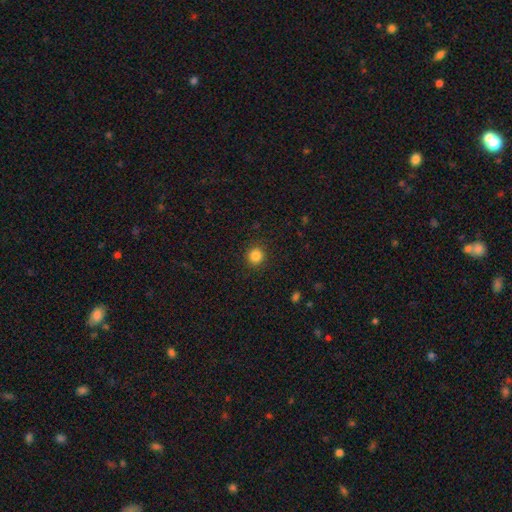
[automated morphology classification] smooth 85%, star or artifact 11%, featured or disk 4%. Down the decision tree: how rounded — round (93%); merging — none (92%).